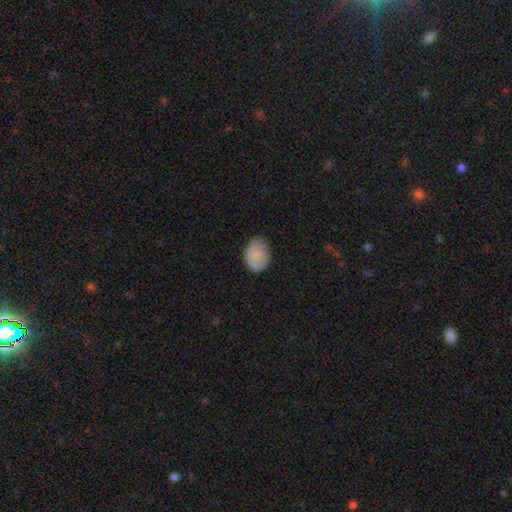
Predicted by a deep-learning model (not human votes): The model was most divided on "merging": none: 66%, minor disturbance: 27%, major disturbance: 7%, merger: 1%. More confident: smooth or featured — smooth (73%); how rounded — in between (70%).